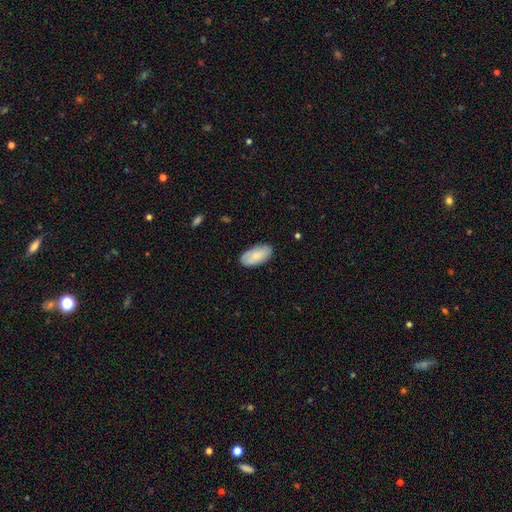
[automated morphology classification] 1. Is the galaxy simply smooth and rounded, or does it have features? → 81% smooth, 13% featured or disk, 6% star or artifact.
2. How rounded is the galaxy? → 95% in between, 3% cigar-shaped, 2% round.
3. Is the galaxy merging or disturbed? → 84% none, 13% minor disturbance, 2% major disturbance, 1% merger.